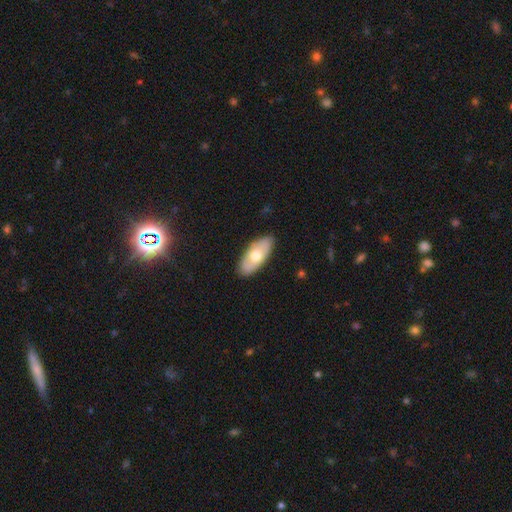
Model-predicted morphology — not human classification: A smooth galaxy with no disk features (61%) that is in between round and cigar-shaped (88%). Merging: none (87%).